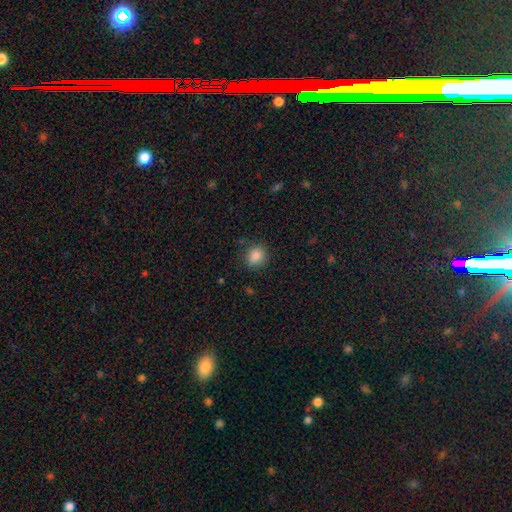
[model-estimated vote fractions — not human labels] This appears to be a smooth galaxy with no disk features (86%) that is round (80%). Merging: none (82%).